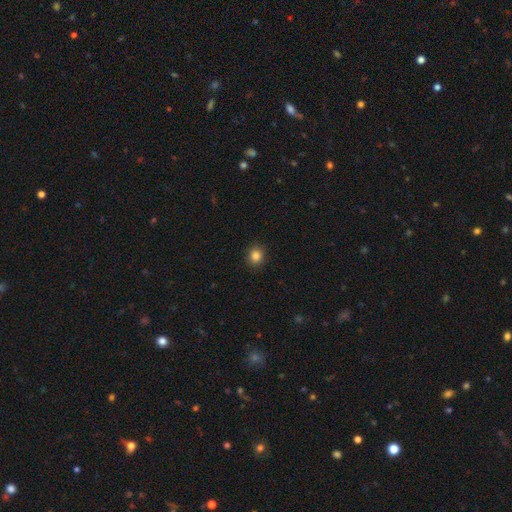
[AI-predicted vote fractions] smooth 85%, star or artifact 11%, featured or disk 4%. Down the decision tree: how rounded — round (80%); merging — none (89%).